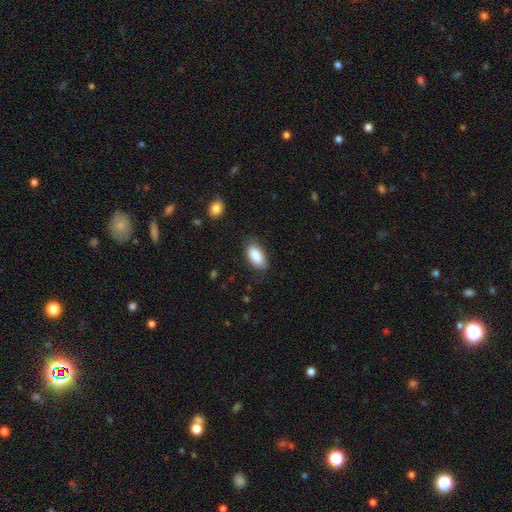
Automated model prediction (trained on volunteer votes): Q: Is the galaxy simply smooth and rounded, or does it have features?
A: smooth — 88%.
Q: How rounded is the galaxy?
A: in between — 92%.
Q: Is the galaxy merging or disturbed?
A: none — 76%.